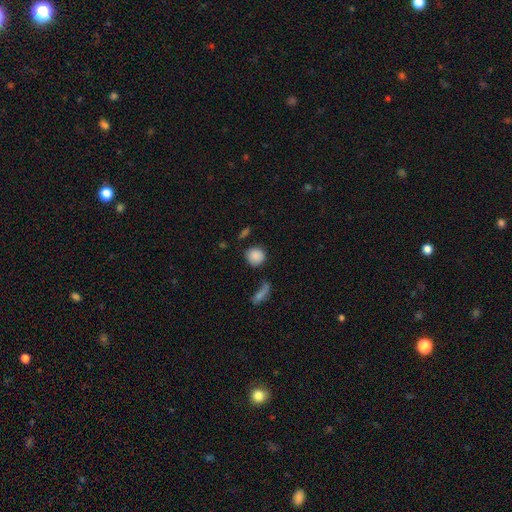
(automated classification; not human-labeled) The model was most divided on "merging": none: 73%, minor disturbance: 14%, merger: 8%, major disturbance: 5%. More confident: smooth or featured — smooth (85%); how rounded — round (85%).